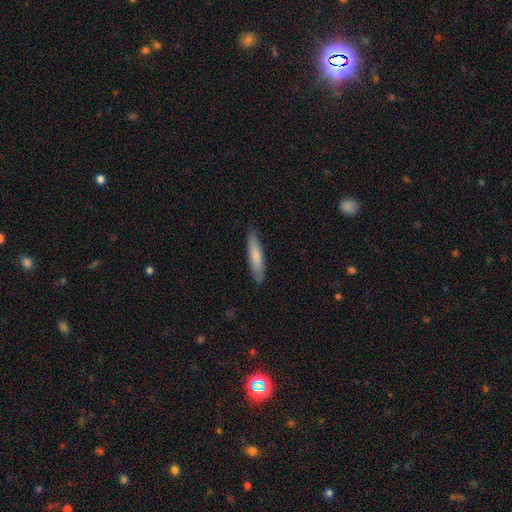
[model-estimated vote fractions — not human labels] Smooth or featured: smooth — 74% (featured or disk — 20%)
How rounded: cigar-shaped — 82% (in between — 17%)
Merging: none — 84% (minor disturbance — 12%)